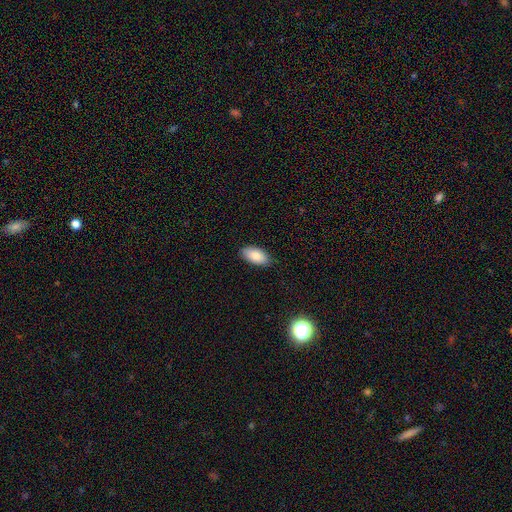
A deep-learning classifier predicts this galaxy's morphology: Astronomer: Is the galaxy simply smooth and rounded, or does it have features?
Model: smooth — 85%.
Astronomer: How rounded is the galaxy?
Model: in between — 94%.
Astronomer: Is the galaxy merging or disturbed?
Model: none — 86%.